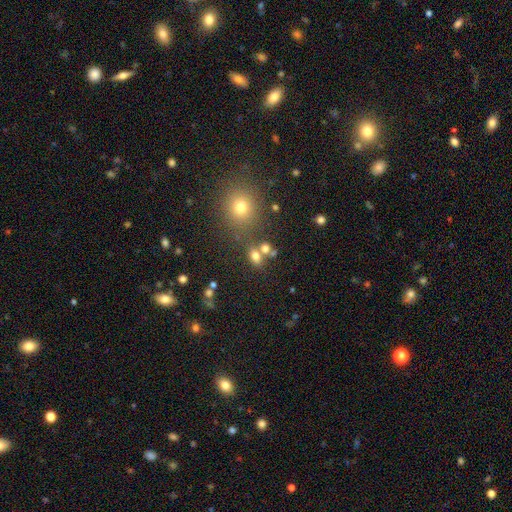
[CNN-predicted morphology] Smooth or featured: smooth — 72% (star or artifact — 17%)
How rounded: in between — 68% (round — 29%)
Merging: none — 55% (merger — 28%)